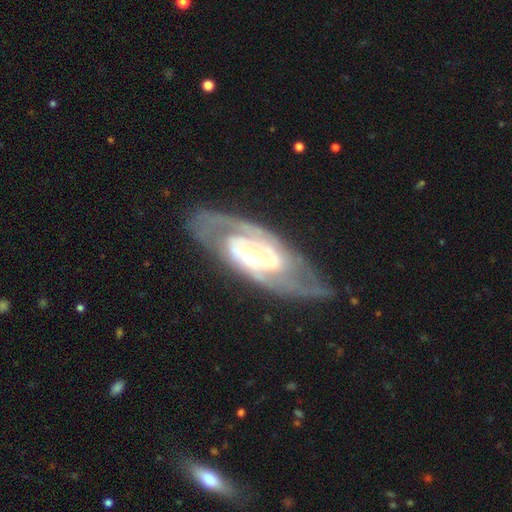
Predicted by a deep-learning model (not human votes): smooth_or_featured: featured or disk (p=0.89) [alt: smooth p=0.07]
disk_edge_on: no (p=0.92) [alt: yes p=0.08]
bar: no (p=0.43) [alt: weak p=0.36]
has_spiral_arms: yes (p=0.95) [alt: no p=0.05]
spiral_winding: tight (p=0.51) [alt: medium p=0.40]
spiral_arm_count: 2 (p=0.73) [alt: can't tell p=0.12]
bulge_size: small (p=0.53) [alt: moderate p=0.40]
merging: none (p=0.74) [alt: minor disturbance p=0.16]